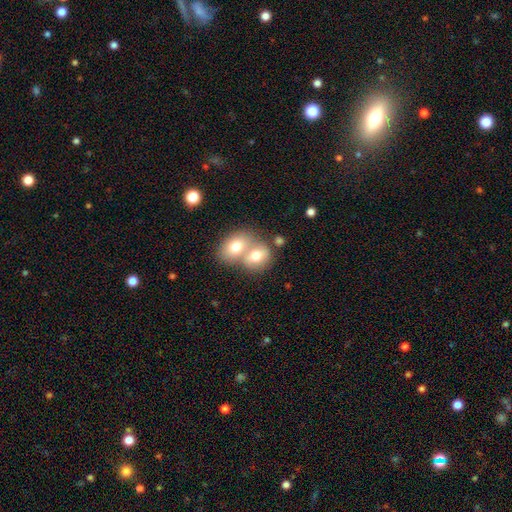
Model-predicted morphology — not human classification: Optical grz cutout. It shows a smooth galaxy with no disk features (72%) that is in between round and cigar-shaped (58%). Merging: merger (65%).